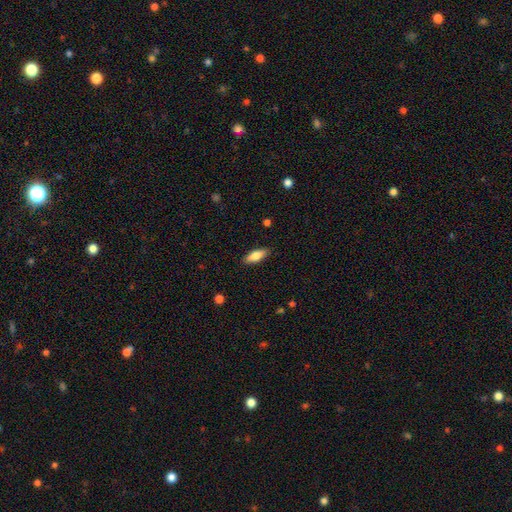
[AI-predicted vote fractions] smooth-or-featured: smooth: 74% | featured or disk: 19% | star or artifact: 6%
  how-rounded: in between: 65% | cigar-shaped: 33% | round: 2%
  merging: none: 88% | minor disturbance: 9% | major disturbance: 2% | merger: 1%